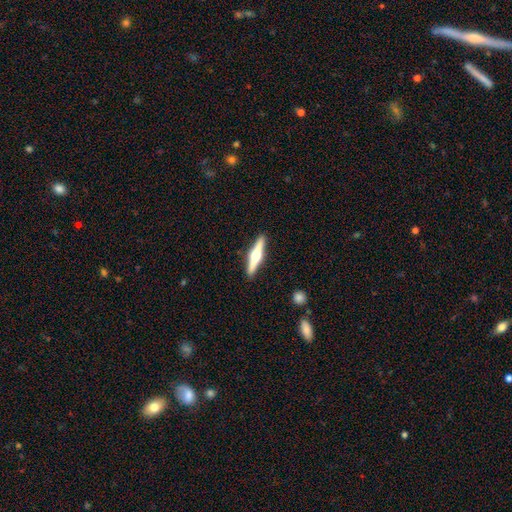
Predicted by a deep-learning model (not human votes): A featured or disk galaxy (72%) viewed edge-on (98%) with a rounded central bulge (96%).

Vote fractions:
- Smooth or featured? featured or disk: 72% / smooth: 23% / star or artifact: 5%
- Edge-on disk? yes: 98% / no: 2%
- Edge-on bulge? rounded: 96% / boxy: 3% / none: 2%
- Merging? none: 91% / minor disturbance: 6% / major disturbance: 1% / merger: 1%